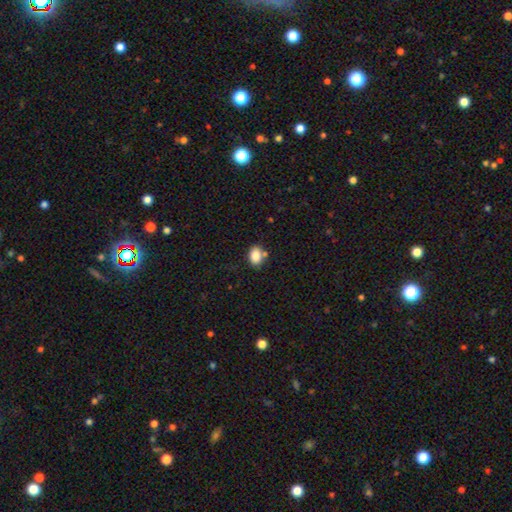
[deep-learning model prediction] This is clearly a smooth galaxy (85%). How rounded: likely in between (72%). Merging: likely none (69%).